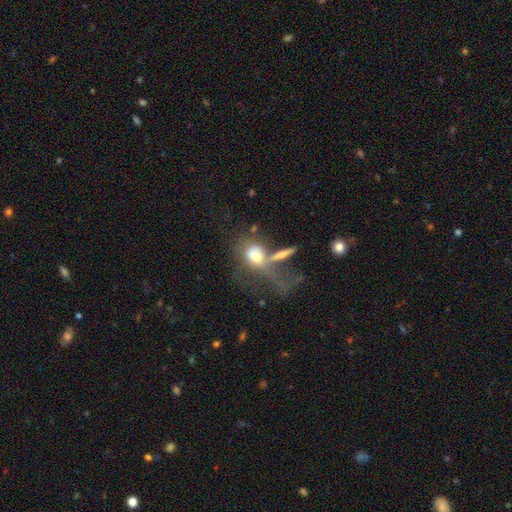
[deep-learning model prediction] smooth-or-featured: smooth: 55% | featured or disk: 34% | star or artifact: 11%
  how-rounded: in between: 64% | round: 29% | cigar-shaped: 7%
  merging: merger: 38% | major disturbance: 37% | none: 16% | minor disturbance: 10%